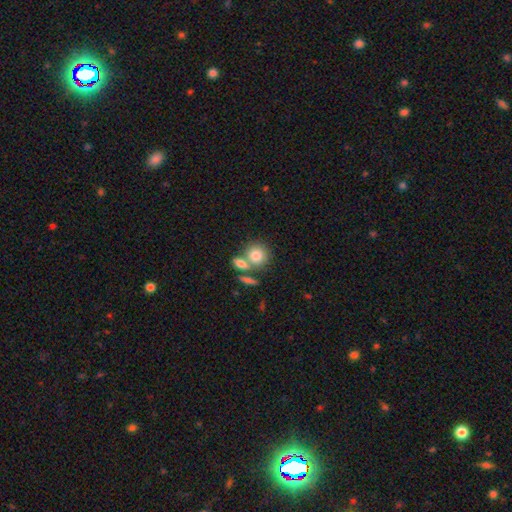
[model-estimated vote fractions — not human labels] The model was most divided on "merging": none: 50%, merger: 36%, minor disturbance: 9%, major disturbance: 4%. More confident: smooth or featured — smooth (79%); how rounded — round (77%).